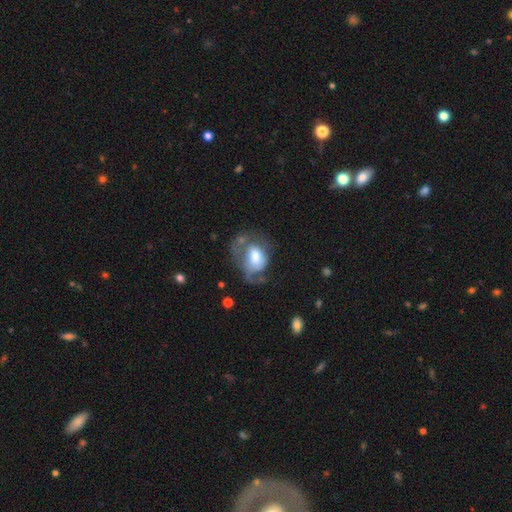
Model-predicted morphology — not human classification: A smooth galaxy with no disk features (48%). Merging: major disturbance (45%).